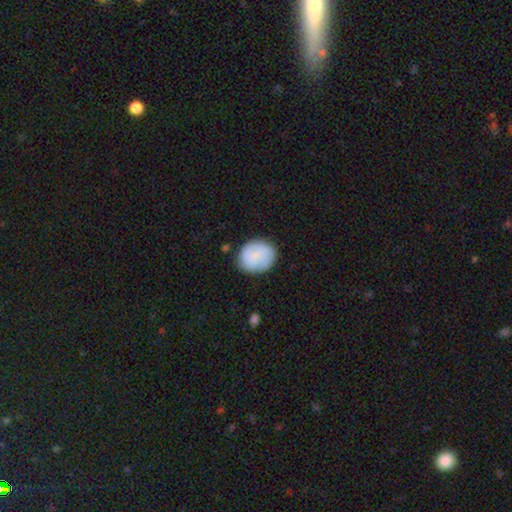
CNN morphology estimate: A smooth galaxy with no disk features (76%) that is round (66%).

Vote fractions:
- Smooth or featured? smooth: 76% / featured or disk: 17% / star or artifact: 7%
- How rounded? round: 66% / in between: 33% / cigar-shaped: 1%
- Merging? none: 76% / minor disturbance: 18% / major disturbance: 4% / merger: 2%